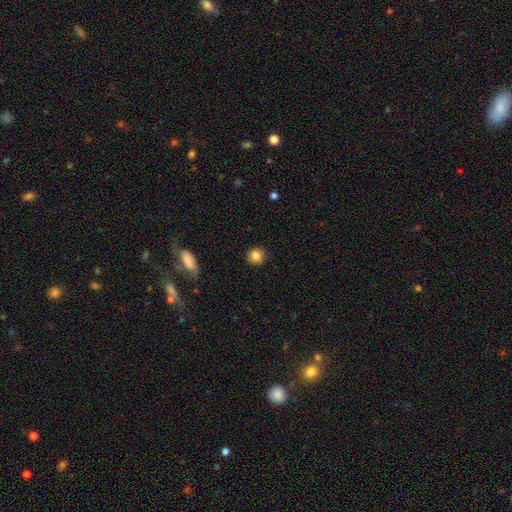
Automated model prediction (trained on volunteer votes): Morphology: type=smooth (84%); roundness=round (90%); merging=none (89%).